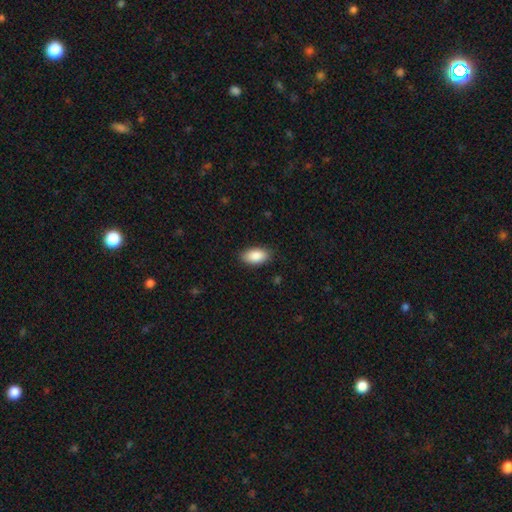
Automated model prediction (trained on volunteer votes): The model was most divided on "merging": none: 87%, minor disturbance: 10%, major disturbance: 2%, merger: 1%. More confident: how rounded — in between (94%); smooth or featured — smooth (89%).